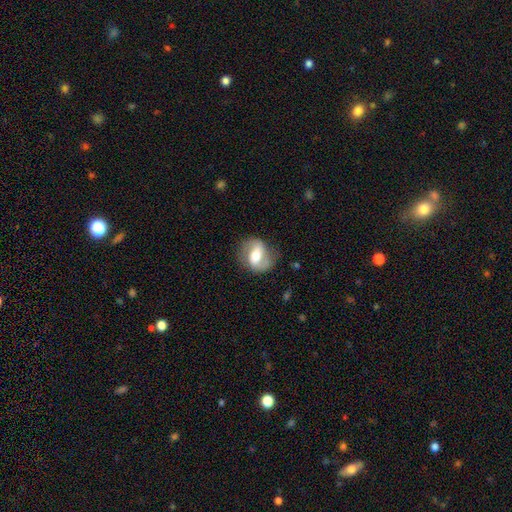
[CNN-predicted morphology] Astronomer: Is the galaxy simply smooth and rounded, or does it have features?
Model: featured or disk — 63%.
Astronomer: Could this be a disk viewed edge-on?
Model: no — 95%.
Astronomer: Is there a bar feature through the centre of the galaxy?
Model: weak — 39% (runner-up: strong, 35%).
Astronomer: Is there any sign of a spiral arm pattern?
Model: yes — 79%.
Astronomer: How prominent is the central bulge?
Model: moderate — 64%.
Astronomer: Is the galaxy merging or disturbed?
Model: none — 73%.